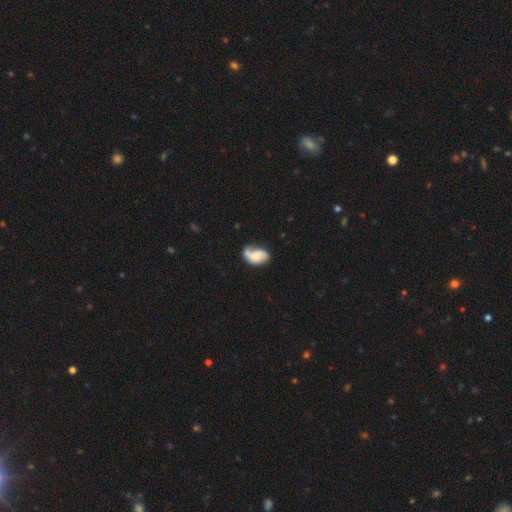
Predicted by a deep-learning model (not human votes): Q: Smooth or featured?
A: featured or disk (52%); runner-up: smooth (40%)
Q: Edge-on disk?
A: no (97%); runner-up: yes (3%)
Q: Bar?
A: no (65%); runner-up: weak (28%)
Q: Spiral arms?
A: yes (85%); runner-up: no (15%)
Q: Bulge size?
A: small (37%); runner-up: moderate (31%)
Q: Merging?
A: none (46%); runner-up: minor disturbance (29%)